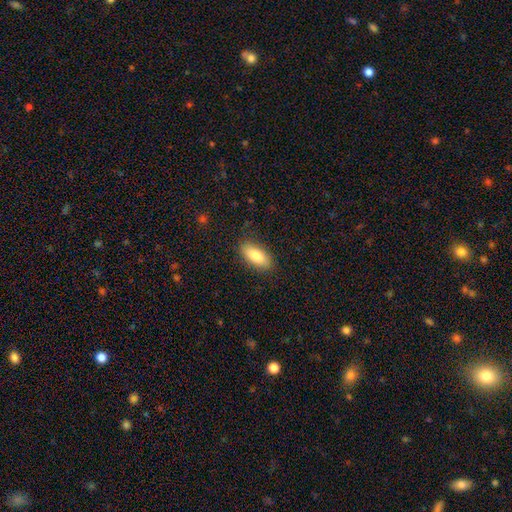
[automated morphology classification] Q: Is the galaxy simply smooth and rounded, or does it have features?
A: smooth — 81%.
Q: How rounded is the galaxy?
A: in between — 83%.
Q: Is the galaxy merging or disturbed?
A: none — 86%.